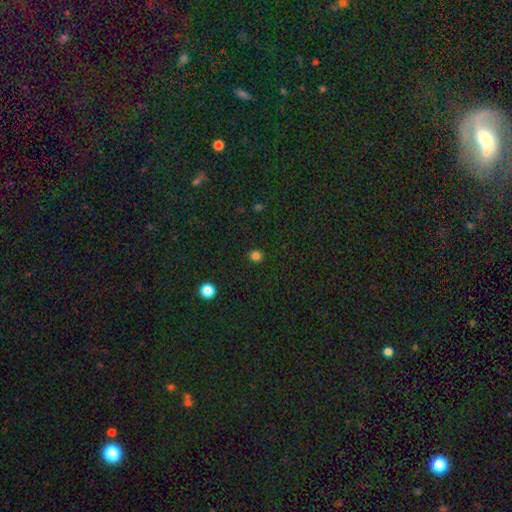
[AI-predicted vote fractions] The model was most divided on "smooth or featured": smooth: 81%, star or artifact: 15%, featured or disk: 4%. More confident: merging — none (92%); how rounded — round (91%).